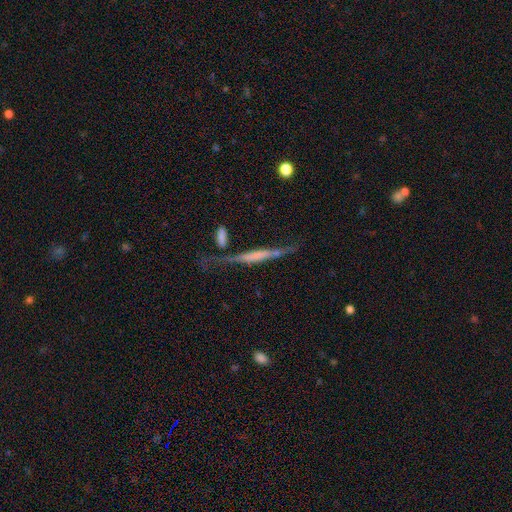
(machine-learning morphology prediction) A featured or disk galaxy (65%) viewed edge-on (91%) with a boxy central bulge (38%, tied with none).

Vote fractions:
- Smooth or featured? featured or disk: 65% / smooth: 27% / star or artifact: 8%
- Edge-on disk? yes: 91% / no: 9%
- Edge-on bulge? boxy: 38% (tied) / none: 38% (tied) / rounded: 24%
- Merging? none: 55% / minor disturbance: 19% / merger: 14% / major disturbance: 11%